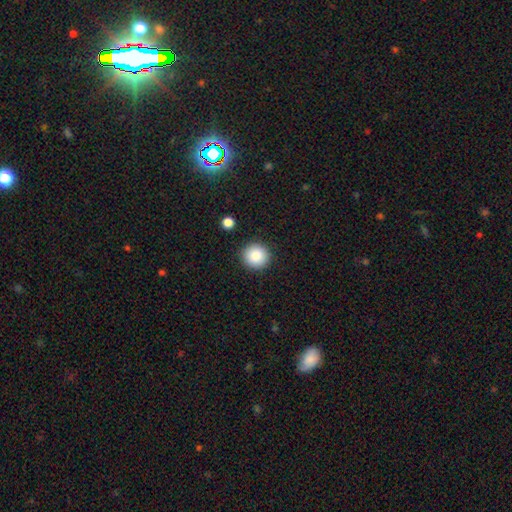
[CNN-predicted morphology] A smooth galaxy with no disk features (85%) that is round (94%).

Vote fractions:
- Smooth or featured? smooth: 85% / star or artifact: 9% / featured or disk: 6%
- How rounded? round: 94% / in between: 5% / cigar-shaped: 1%
- Merging? none: 91% / minor disturbance: 6% / major disturbance: 2% / merger: 2%